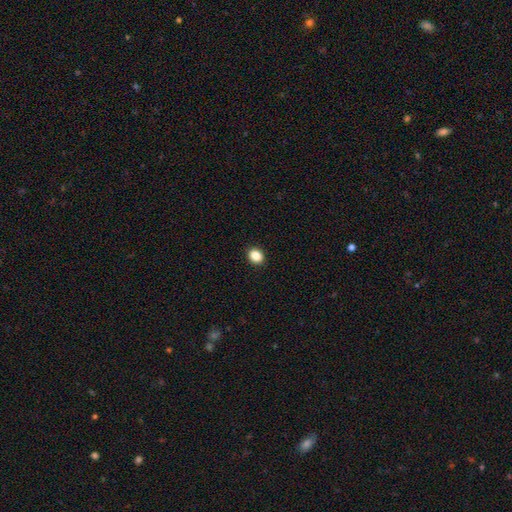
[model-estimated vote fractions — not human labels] Smooth or featured: smooth — 87% (star or artifact — 10%)
How rounded: round — 54% (in between — 45%)
Merging: none — 92% (minor disturbance — 6%)